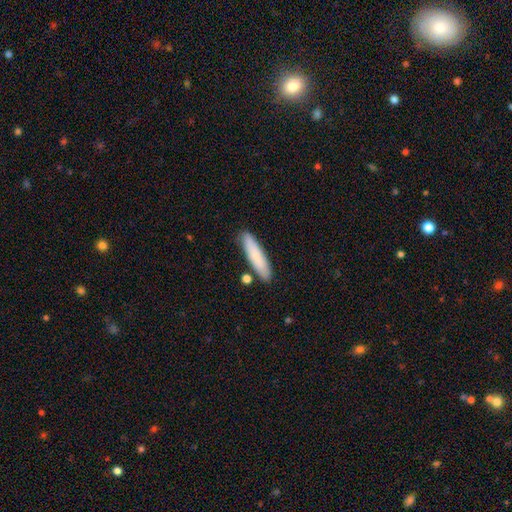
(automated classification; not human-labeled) Morphology: type=smooth (78%); roundness=cigar-shaped (80%); merging=none (84%).